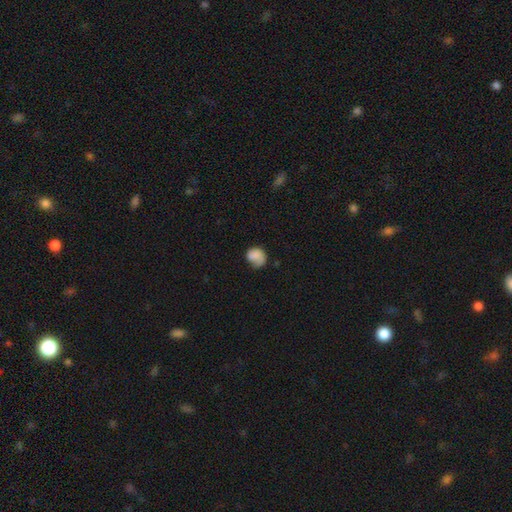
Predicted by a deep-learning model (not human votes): smooth 66%, featured or disk 25%, star or artifact 8%. Down the decision tree: how rounded — round (66%); merging — none (41%).